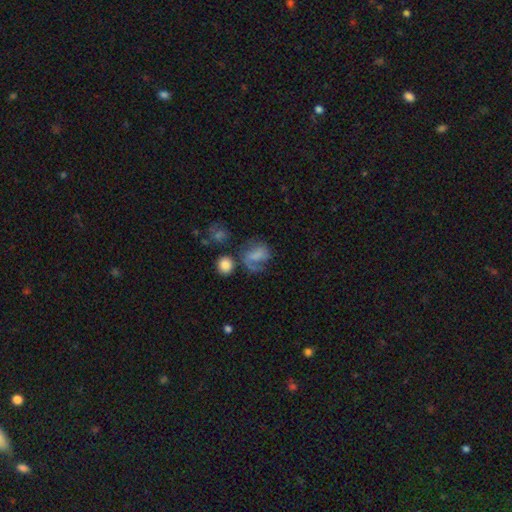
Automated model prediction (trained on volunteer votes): Q: Smooth or featured?
A: smooth (48%); runner-up: featured or disk (40%)
Q: Merging?
A: none (38%); runner-up: major disturbance (30%)